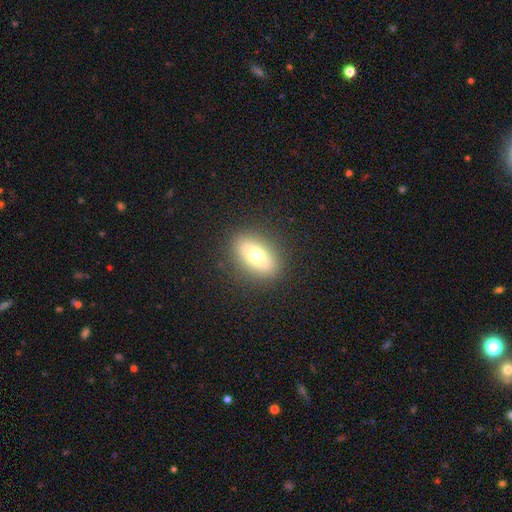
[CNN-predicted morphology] Smooth or featured? Predicted: smooth (p=0.68). How rounded? Predicted: in between (p=0.78). Merging? Predicted: none (p=0.88).